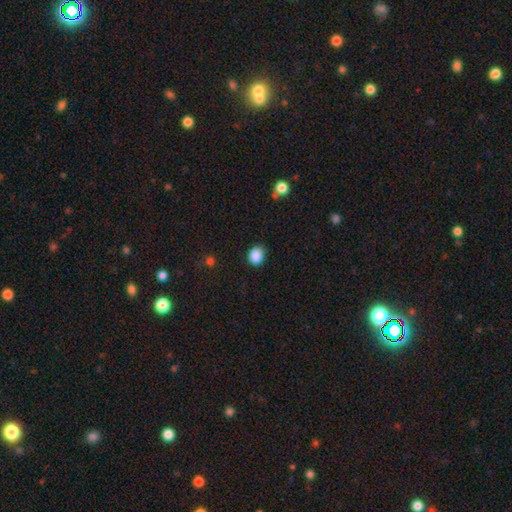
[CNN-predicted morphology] Smooth or featured? smooth (88%)
How rounded? round (68%)
Merging? none (82%)